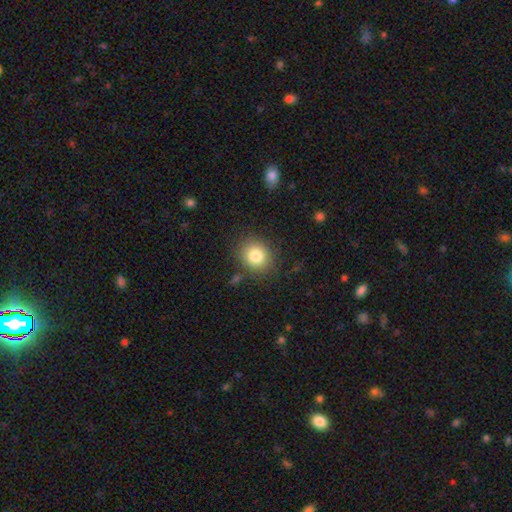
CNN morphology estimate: Smooth or featured? smooth (82%)
How rounded? round (75%)
Merging? none (84%)